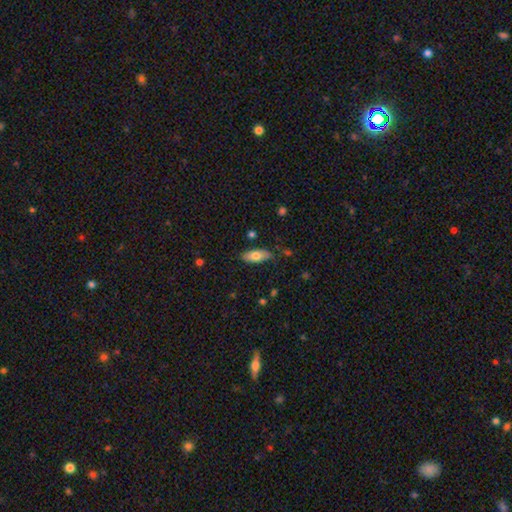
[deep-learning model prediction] This is likely a smooth galaxy (74%). How rounded: clearly in between (80%). Merging: clearly none (81%).